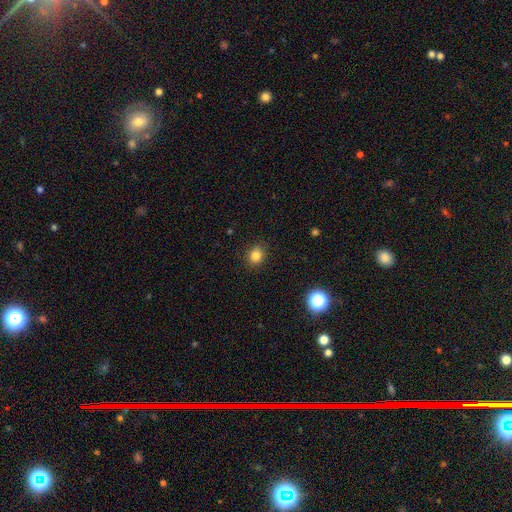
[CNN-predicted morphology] A smooth galaxy with no disk features (83%) that is round (68%).

Vote fractions:
- Smooth or featured? smooth: 83% / star or artifact: 12% / featured or disk: 5%
- How rounded? round: 68% / in between: 31% / cigar-shaped: 1%
- Merging? none: 88% / minor disturbance: 9% / major disturbance: 2% / merger: 1%